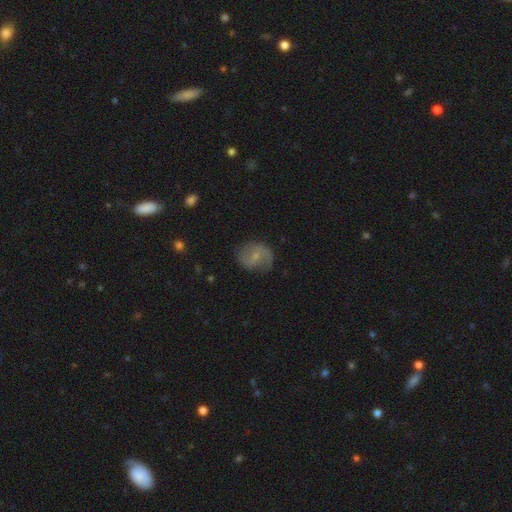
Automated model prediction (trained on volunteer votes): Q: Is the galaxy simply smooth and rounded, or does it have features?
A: featured or disk — 60%.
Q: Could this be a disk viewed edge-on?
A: no — 97%.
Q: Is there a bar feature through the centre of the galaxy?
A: no — 46%.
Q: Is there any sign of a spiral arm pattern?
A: yes — 86%.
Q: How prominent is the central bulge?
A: small — 66%.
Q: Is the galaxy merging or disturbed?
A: none — 68%.